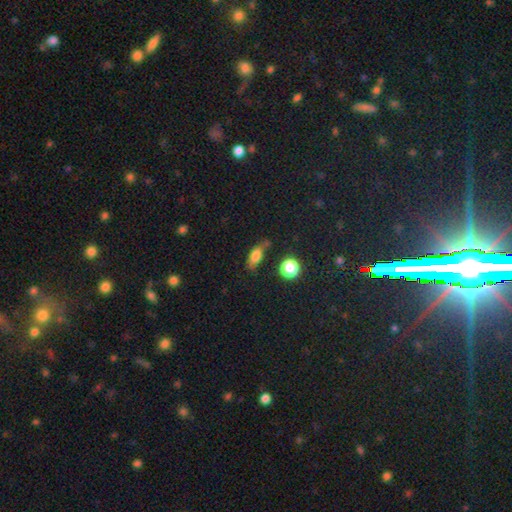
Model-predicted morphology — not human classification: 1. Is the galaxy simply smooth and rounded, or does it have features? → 76% smooth, 12% star or artifact, 12% featured or disk.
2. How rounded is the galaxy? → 74% in between, 15% cigar-shaped, 12% round.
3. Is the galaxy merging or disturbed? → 58% none, 25% minor disturbance, 9% merger, 8% major disturbance.